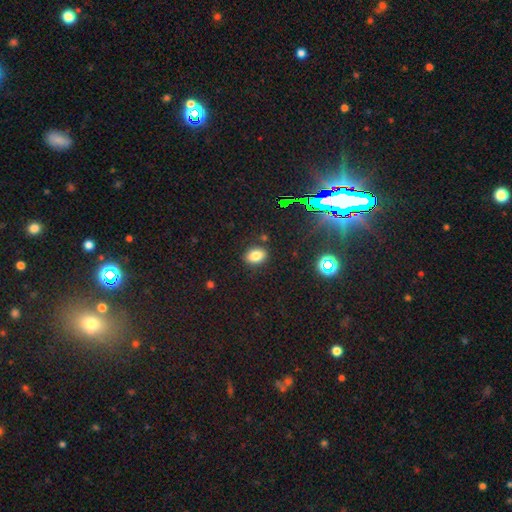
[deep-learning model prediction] Overall: smooth (79%). How rounded: in between (71%). Merging: none (86%).